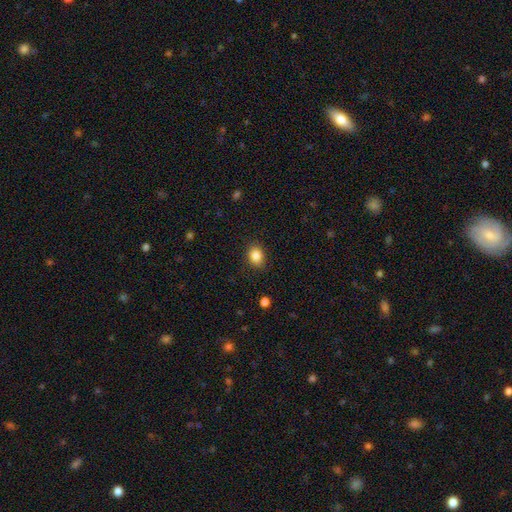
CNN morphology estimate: A smooth galaxy with no disk features (86%) that is in between round and cigar-shaped (58%).

Vote fractions:
- Smooth or featured? smooth: 86% / star or artifact: 9% / featured or disk: 5%
- How rounded? in between: 58% / round: 41% / cigar-shaped: 1%
- Merging? none: 85% / minor disturbance: 11% / major disturbance: 3% / merger: 1%